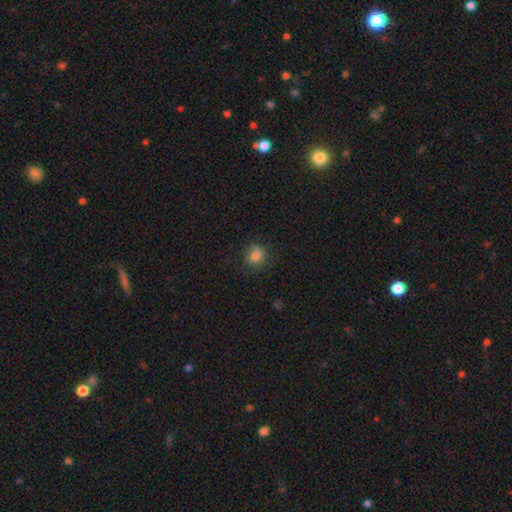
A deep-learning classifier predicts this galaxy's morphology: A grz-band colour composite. It shows a smooth galaxy with no disk features (77%) that is round (74%). Merging: none (68%).